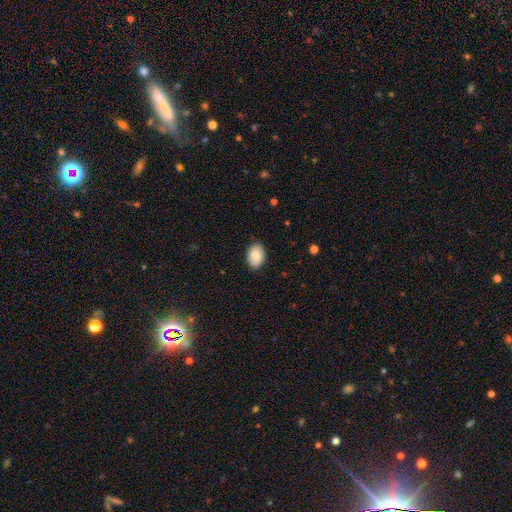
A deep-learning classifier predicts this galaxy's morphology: This appears to be a smooth galaxy with no disk features (84%) that is in between round and cigar-shaped (82%). Merging: none (87%).